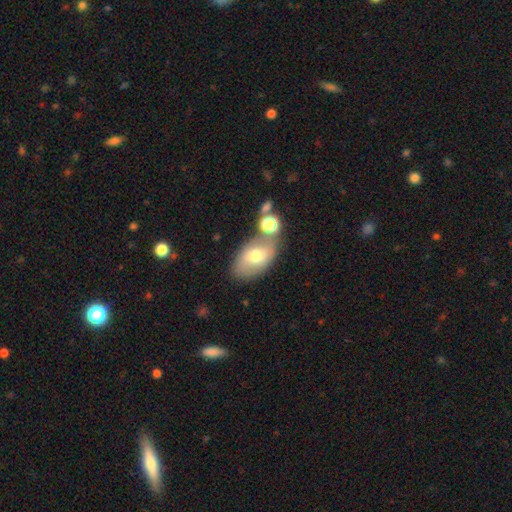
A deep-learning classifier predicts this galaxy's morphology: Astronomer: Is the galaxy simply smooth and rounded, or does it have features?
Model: smooth — 63%.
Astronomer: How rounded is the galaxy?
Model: in between — 90%.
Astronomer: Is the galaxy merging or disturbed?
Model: none — 59%.